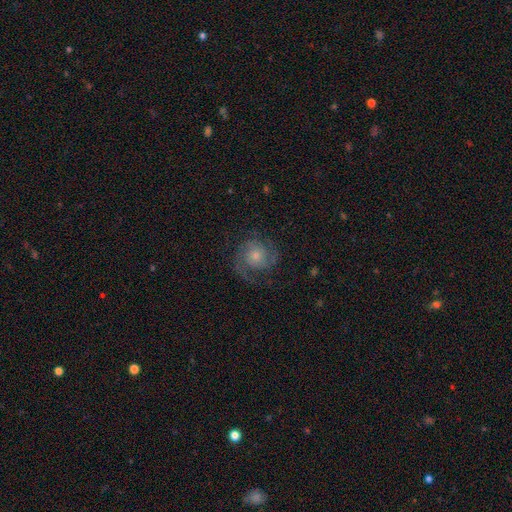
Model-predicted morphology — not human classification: A featured or disk galaxy (77%) with no bar (75%), 2 (70%) medium (46%) spiral arms (95%) and a small central bulge (46%). Merging: none (72%).